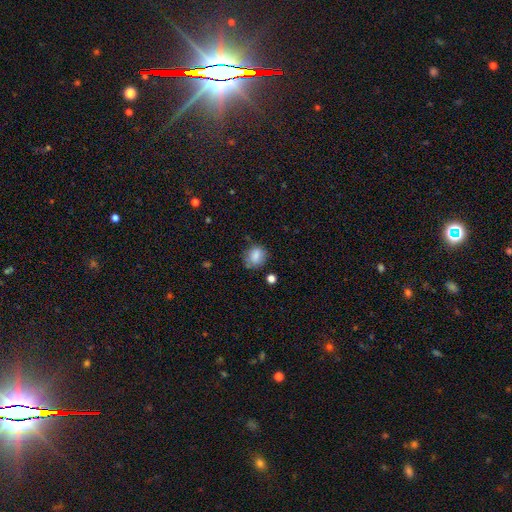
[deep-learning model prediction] smooth 81%, featured or disk 10%, star or artifact 9%. Down the decision tree: how rounded — round (61%); merging — none (68%).